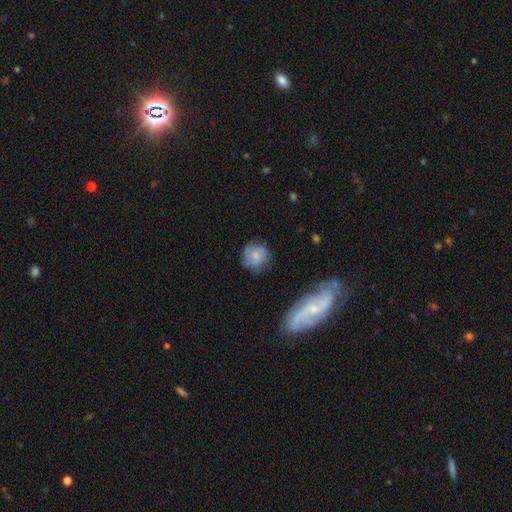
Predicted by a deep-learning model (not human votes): This appears to be a smooth galaxy with no disk features (56%) that is round (82%). Merging: none (65%).